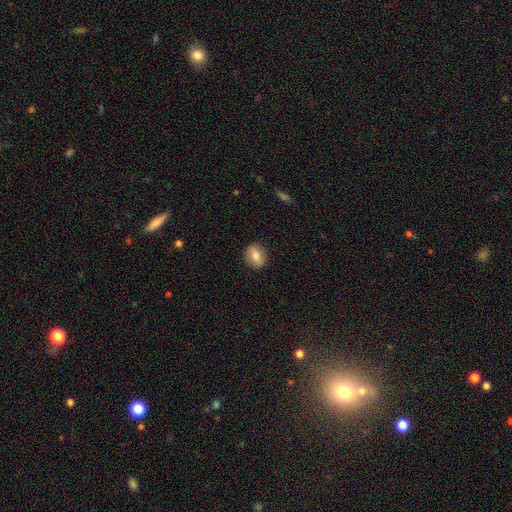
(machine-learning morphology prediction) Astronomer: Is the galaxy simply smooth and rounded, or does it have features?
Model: smooth — 72%.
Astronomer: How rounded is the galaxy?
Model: round — 63%.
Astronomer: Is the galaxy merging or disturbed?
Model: none — 88%.